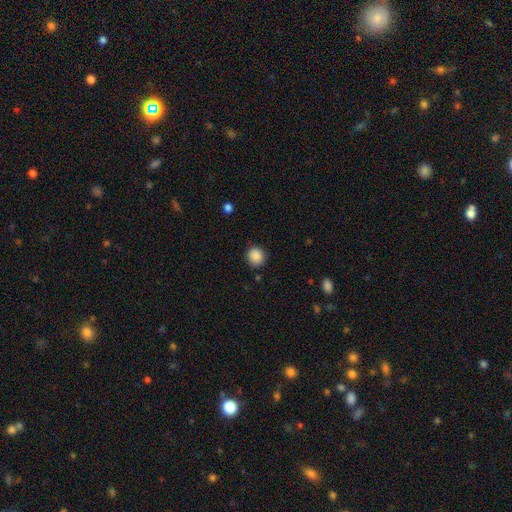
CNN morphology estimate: The model was most divided on "how rounded": round: 87%, in between: 12%, cigar-shaped: 1%. More confident: smooth or featured — smooth (89%); merging — none (87%).